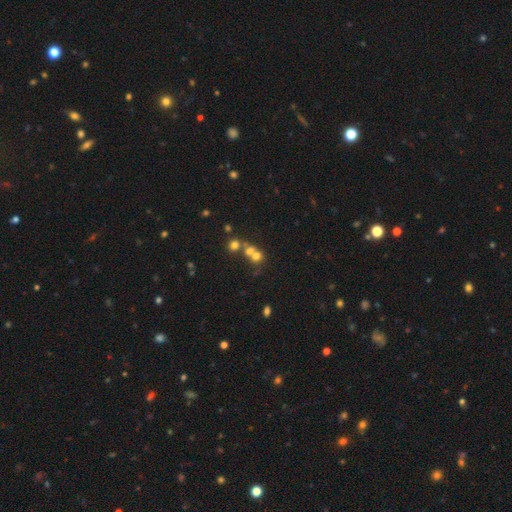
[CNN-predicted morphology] Smooth or featured?
  - smooth: 61% *
  - star or artifact: 20%
  - featured or disk: 19%
How rounded?
  - round: 79% *
  - in between: 20%
  - cigar-shaped: 1%
Merging?
  - merger: 51% *
  - none: 37%
  - minor disturbance: 7%
  - major disturbance: 5%